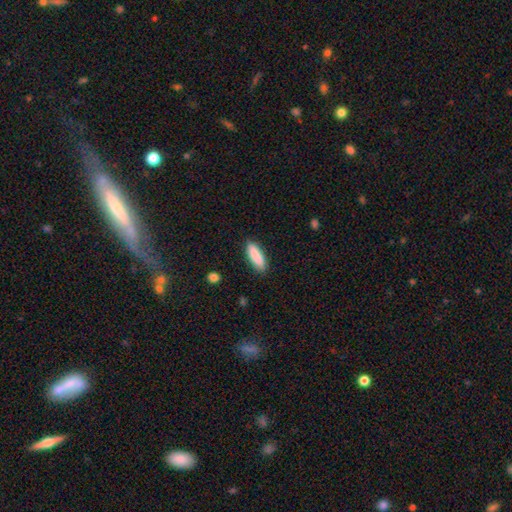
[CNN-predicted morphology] This appears to be a smooth galaxy with no disk features (87%) that is cigar-shaped (56%). Merging: none (87%).